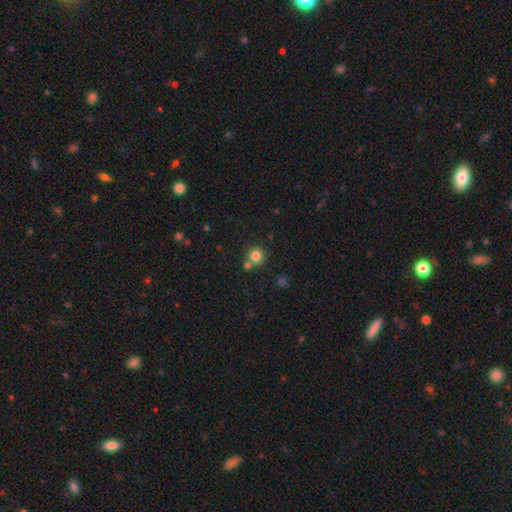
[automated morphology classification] A smooth galaxy with no disk features (82%) that is round (92%). Merging: none (66%).